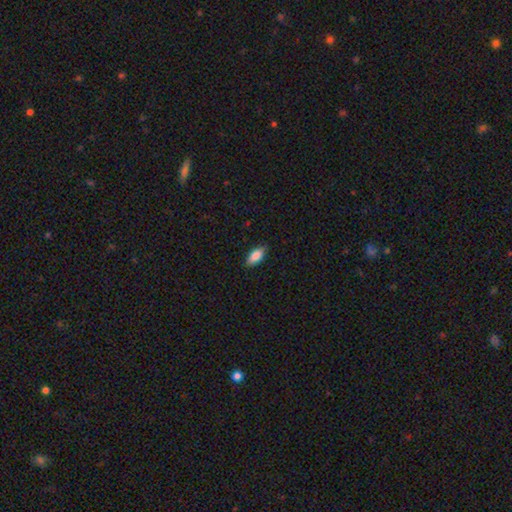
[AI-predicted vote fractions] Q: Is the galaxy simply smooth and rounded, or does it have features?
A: smooth — 83%.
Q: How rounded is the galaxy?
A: in between — 86%.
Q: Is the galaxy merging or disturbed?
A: none — 85%.